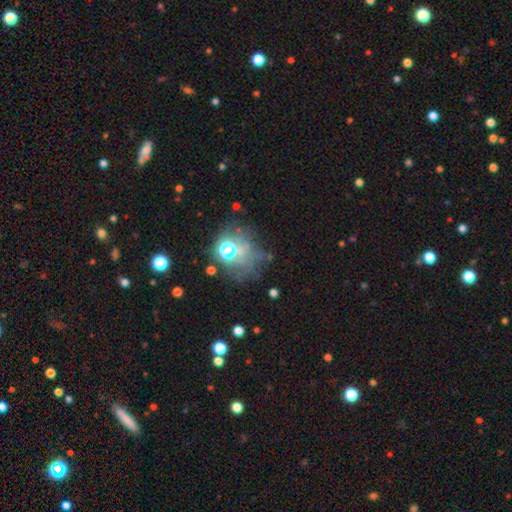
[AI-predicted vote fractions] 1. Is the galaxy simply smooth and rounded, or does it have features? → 48% star or artifact, 29% smooth, 23% featured or disk.